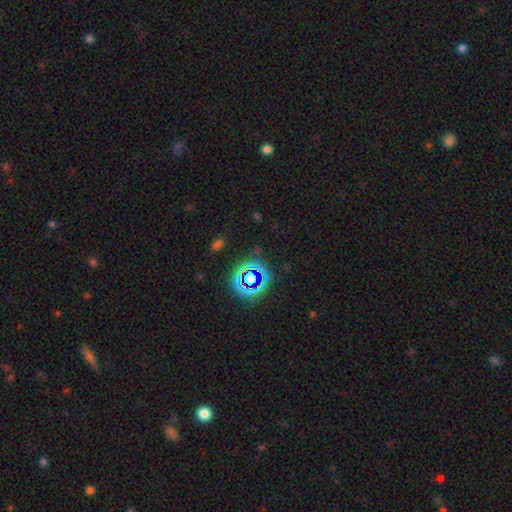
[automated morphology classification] Smooth or featured? star or artifact (75%)